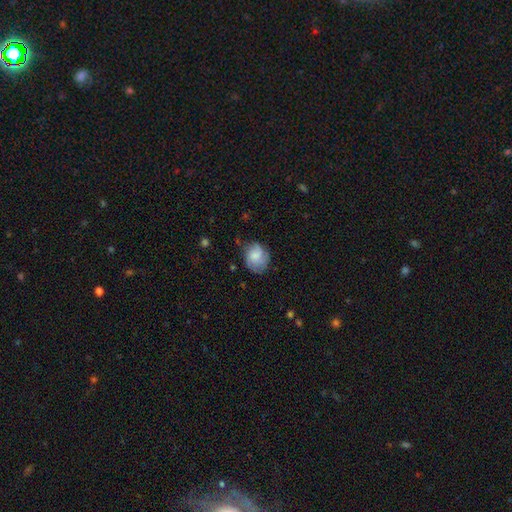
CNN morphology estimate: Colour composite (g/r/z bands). It shows a smooth galaxy with no disk features (64%) that is round (57%). Merging: none (61%).